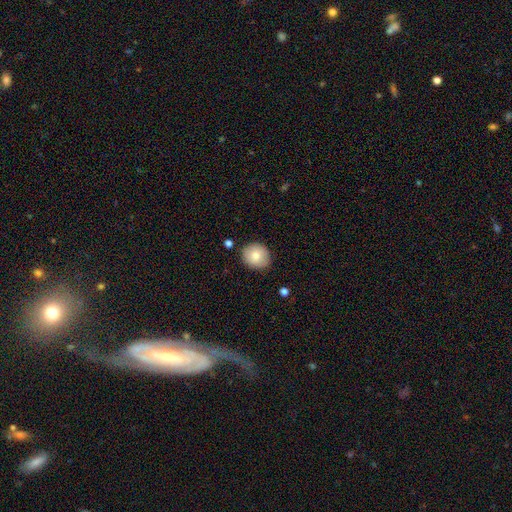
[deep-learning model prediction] Smooth or featured? Predicted: smooth (p=0.79). How rounded? Predicted: round (p=0.79). Merging? Predicted: none (p=0.85).